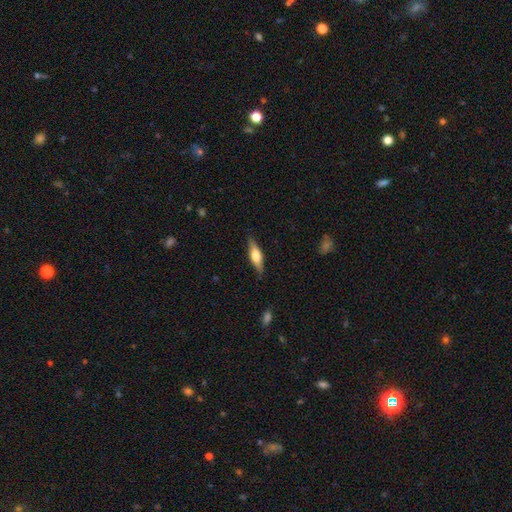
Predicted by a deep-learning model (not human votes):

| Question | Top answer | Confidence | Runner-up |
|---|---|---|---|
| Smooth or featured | featured or disk | 48% | smooth (46%) |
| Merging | none | 84% | minor disturbance (12%) |